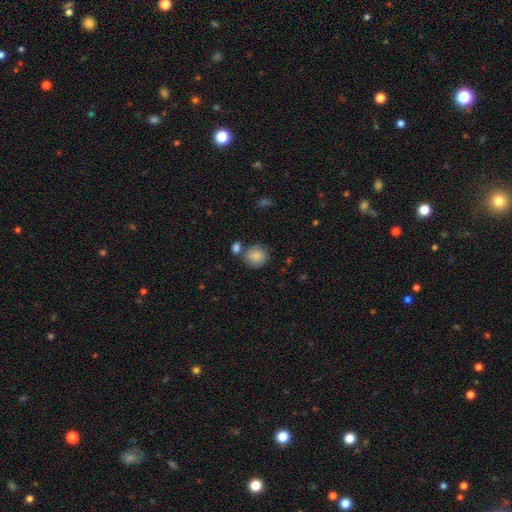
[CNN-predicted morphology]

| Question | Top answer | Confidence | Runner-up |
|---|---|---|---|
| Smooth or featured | smooth | 87% | star or artifact (7%) |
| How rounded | round | 85% | in between (14%) |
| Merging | none | 69% | merger (15%) |